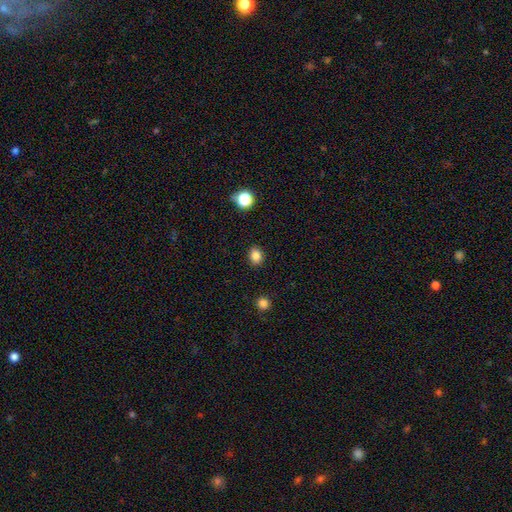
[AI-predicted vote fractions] Morphology: type=smooth (84%); roundness=round (58%); merging=none (90%).